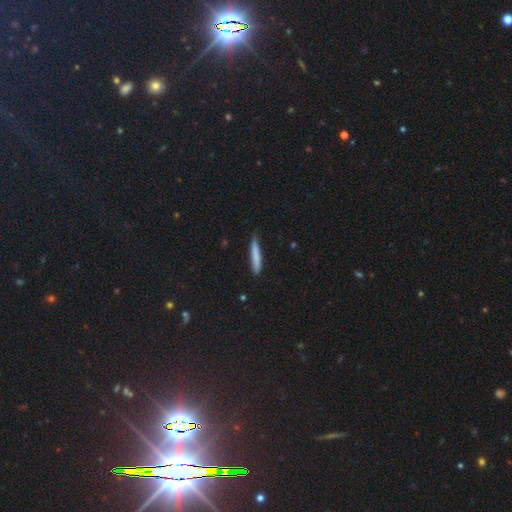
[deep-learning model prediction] Smooth or featured? smooth (80%)
How rounded? cigar-shaped (94%)
Merging? none (80%)